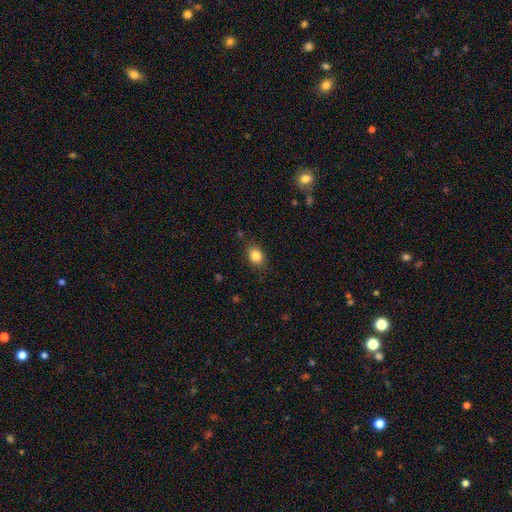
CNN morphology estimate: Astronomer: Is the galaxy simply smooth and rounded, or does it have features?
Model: smooth — 84%.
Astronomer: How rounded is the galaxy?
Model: in between — 59% (runner-up: round, 39%).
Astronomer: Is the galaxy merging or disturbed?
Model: none — 83%.